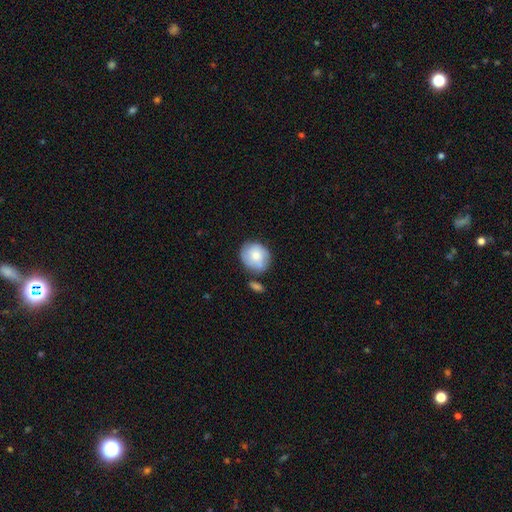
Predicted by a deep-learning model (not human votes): Overall: smooth (72%). How rounded: round (78%). Merging: none (64%).